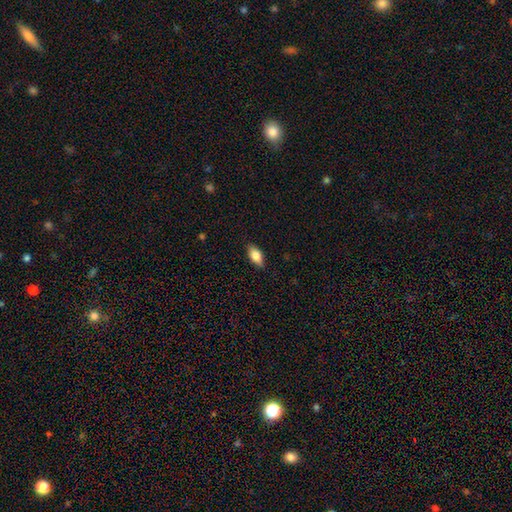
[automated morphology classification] This appears to be a smooth galaxy with no disk features (79%) that is in between round and cigar-shaped (87%). Merging: none (87%).